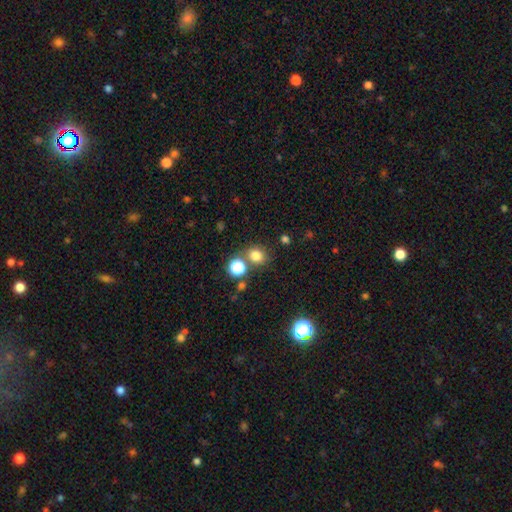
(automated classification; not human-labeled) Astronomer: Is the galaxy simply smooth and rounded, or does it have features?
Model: smooth — 77%.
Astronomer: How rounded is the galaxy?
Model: round — 75%.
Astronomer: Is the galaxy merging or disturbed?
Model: none — 73%.